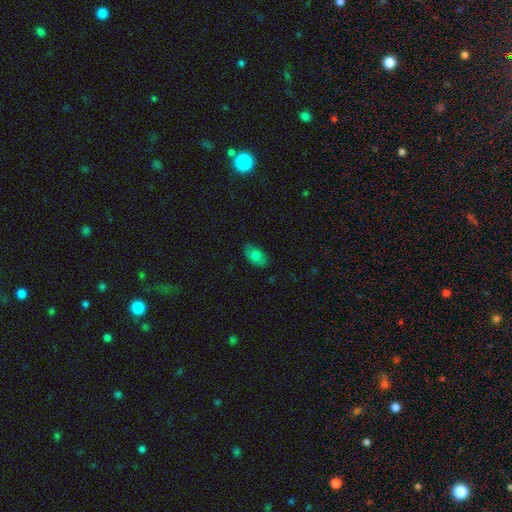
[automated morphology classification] This is likely a smooth galaxy (74%). How rounded: clearly in between (91%). Merging: likely none (79%).